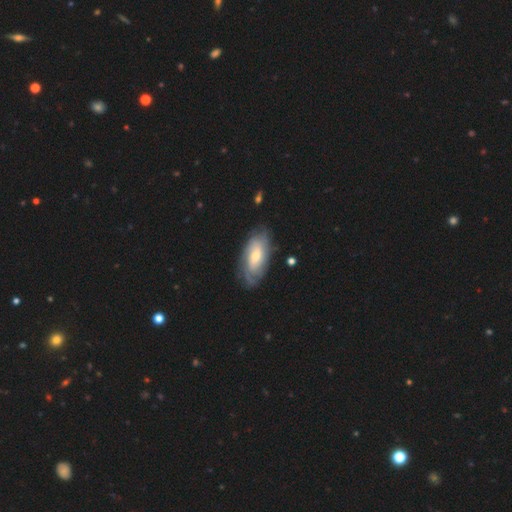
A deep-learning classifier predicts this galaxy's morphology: The model was most divided on "bulge size": small: 49%, moderate: 44%, large: 5%, none: 2%, dominant: 1%. More confident: edge-on disk — no (92%); spiral arms — yes (86%); merging — none (74%); bar — no (67%); smooth or featured — featured or disk (66%); spiral winding — tight (61%); spiral arm count — can't tell (54%).